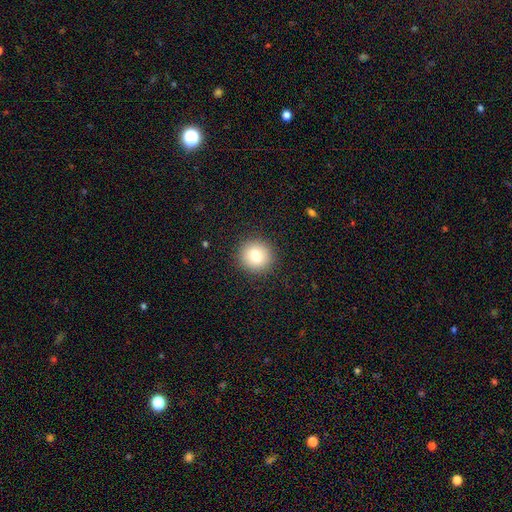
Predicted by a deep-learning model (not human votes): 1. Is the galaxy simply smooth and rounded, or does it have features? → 78% smooth, 11% featured or disk, 11% star or artifact.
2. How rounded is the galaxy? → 93% round, 6% in between, 1% cigar-shaped.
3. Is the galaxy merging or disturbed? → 91% none, 6% minor disturbance, 2% major disturbance, 1% merger.